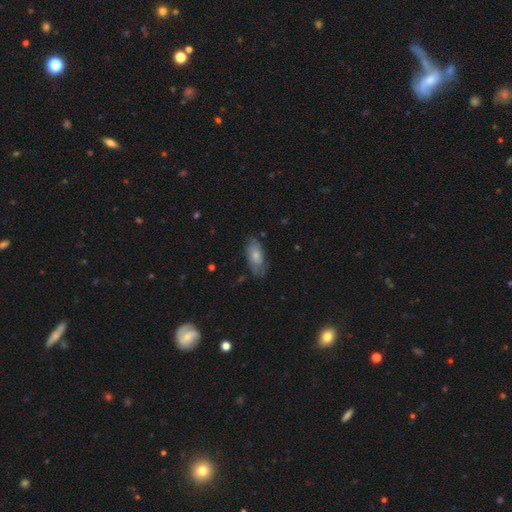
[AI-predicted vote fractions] This appears to be a smooth galaxy with no disk features (70%) that is in between round and cigar-shaped (90%). Merging: none (64%).